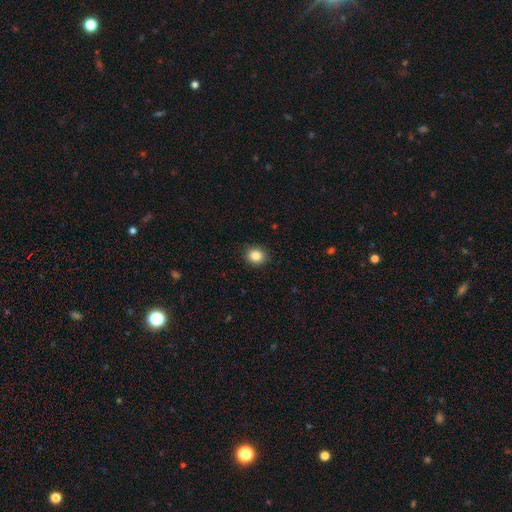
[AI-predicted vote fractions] A smooth galaxy with no disk features (86%) that is round (74%).

Vote fractions:
- Smooth or featured? smooth: 86% / star or artifact: 10% / featured or disk: 4%
- How rounded? round: 74% / in between: 25% / cigar-shaped: 1%
- Merging? none: 91% / minor disturbance: 7% / major disturbance: 2% / merger: 1%